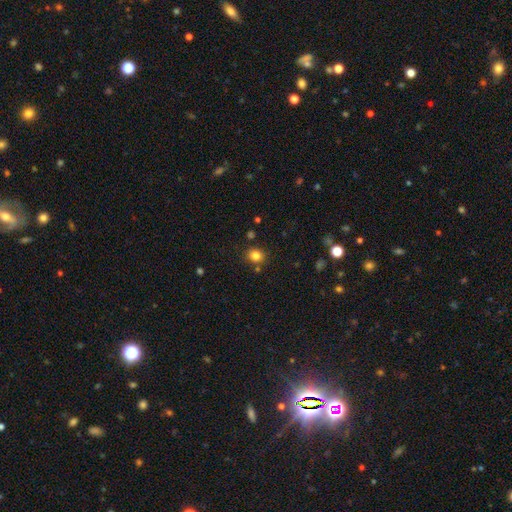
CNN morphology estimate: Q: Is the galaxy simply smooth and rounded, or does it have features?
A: smooth — 82%.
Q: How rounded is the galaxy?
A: round — 73%.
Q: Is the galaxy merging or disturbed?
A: none — 83%.